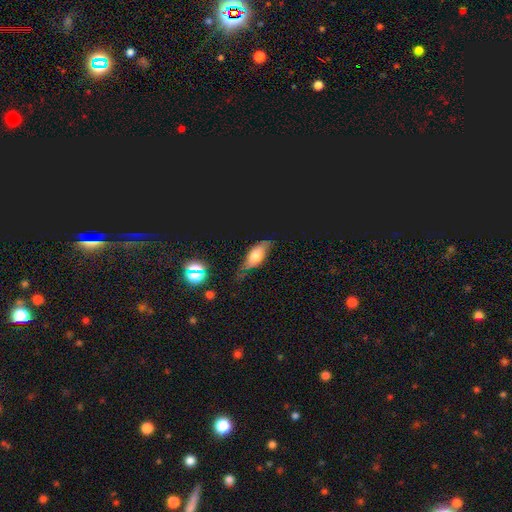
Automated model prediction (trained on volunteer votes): smooth-or-featured: smooth: 60% | featured or disk: 24% | star or artifact: 16%
  how-rounded: in between: 80% | cigar-shaped: 15% | round: 5%
  merging: none: 54% | minor disturbance: 32% | major disturbance: 11% | merger: 3%